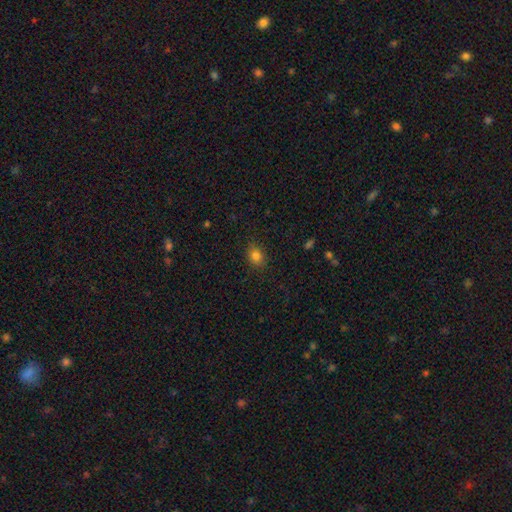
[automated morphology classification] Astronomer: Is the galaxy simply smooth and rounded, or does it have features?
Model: smooth — 81%.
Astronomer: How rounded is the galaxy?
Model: round — 51% (runner-up: in between, 48%).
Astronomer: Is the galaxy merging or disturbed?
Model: none — 84%.